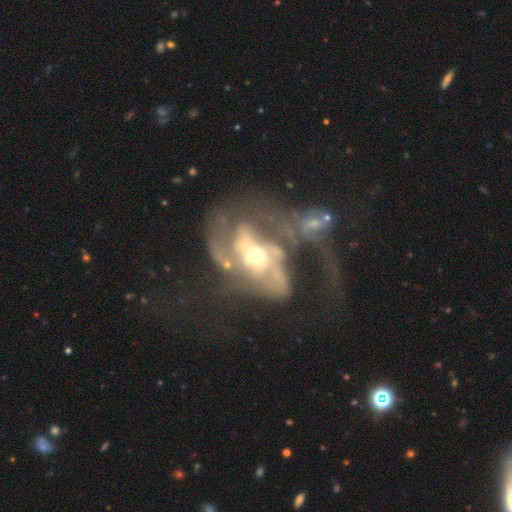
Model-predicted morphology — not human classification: This appears to be a featured or disk galaxy (82%) with no bar (53%), 2 (38%) medium (41%) spiral arms (74%) and a moderate central bulge (67%). Merging: major disturbance (41%, tied with merger).